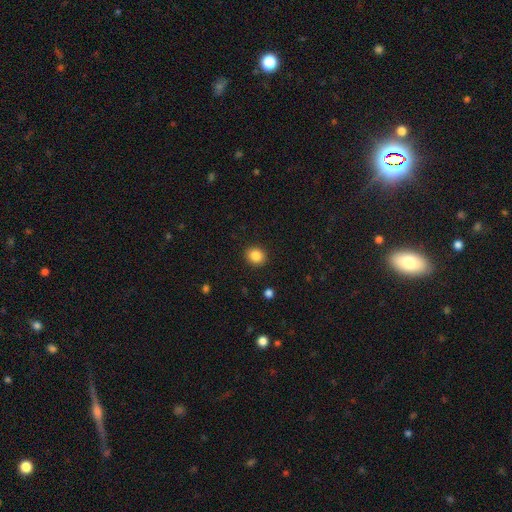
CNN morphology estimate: The model was most divided on "how rounded": round: 79%, in between: 21%, cigar-shaped: 1%. More confident: merging — none (91%); smooth or featured — smooth (85%).